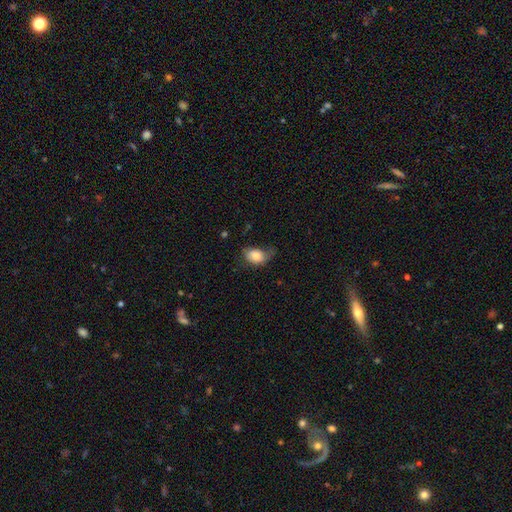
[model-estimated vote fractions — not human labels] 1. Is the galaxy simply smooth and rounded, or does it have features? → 79% smooth, 13% featured or disk, 8% star or artifact.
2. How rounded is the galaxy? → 76% in between, 22% round, 1% cigar-shaped.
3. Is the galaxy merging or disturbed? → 43% none, 36% minor disturbance, 19% major disturbance, 2% merger.